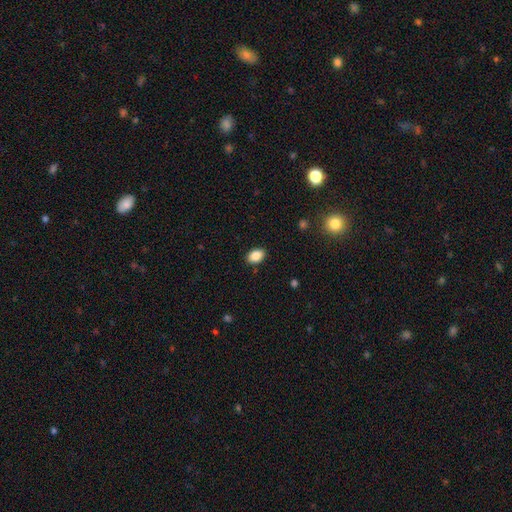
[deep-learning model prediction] smooth_or_featured: smooth (p=0.88) [alt: star or artifact p=0.08]
how_rounded: in between (p=0.84) [alt: round p=0.14]
merging: none (p=0.87) [alt: minor disturbance p=0.09]